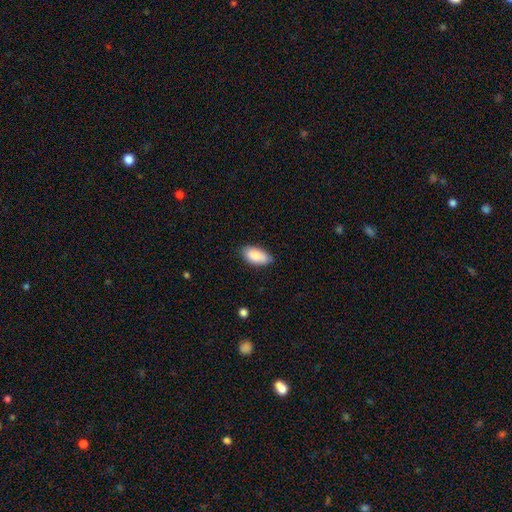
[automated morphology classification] The model was most divided on "merging": none: 78%, minor disturbance: 18%, major disturbance: 2%, merger: 1%. More confident: how rounded — in between (94%); smooth or featured — smooth (86%).